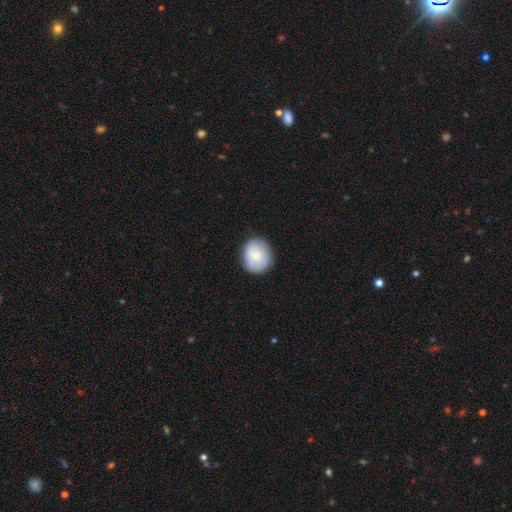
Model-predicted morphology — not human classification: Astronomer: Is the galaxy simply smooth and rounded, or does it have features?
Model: smooth — 77%.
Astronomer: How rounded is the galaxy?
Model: round — 74%.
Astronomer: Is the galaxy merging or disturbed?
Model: none — 83%.